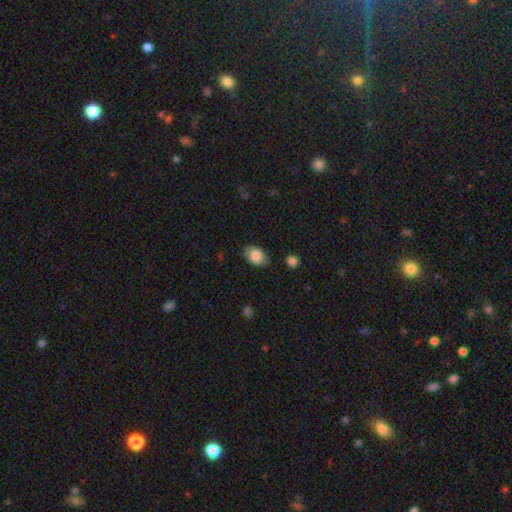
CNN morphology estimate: Q: Smooth or featured?
A: smooth (84%); runner-up: featured or disk (9%)
Q: How rounded?
A: in between (88%); runner-up: round (11%)
Q: Merging?
A: none (80%); runner-up: minor disturbance (15%)